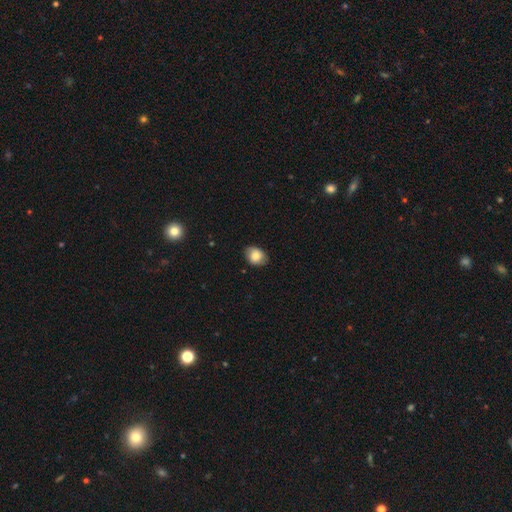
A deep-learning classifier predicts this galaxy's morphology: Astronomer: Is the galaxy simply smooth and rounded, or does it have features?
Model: smooth — 79%.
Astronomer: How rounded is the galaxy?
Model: in between — 56% (runner-up: round, 43%).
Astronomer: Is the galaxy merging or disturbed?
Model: none — 79%.